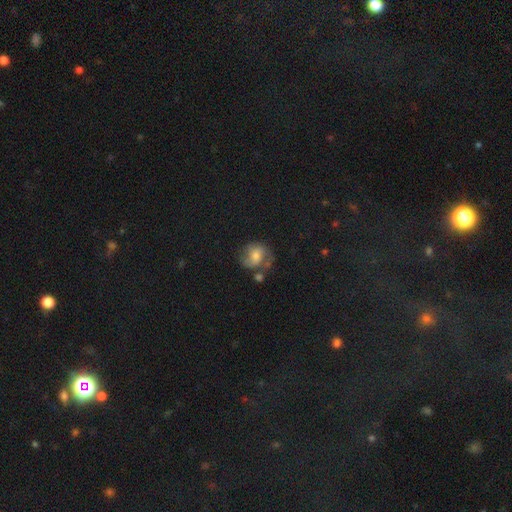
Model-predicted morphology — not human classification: A smooth galaxy with no disk features (46%).

Vote fractions:
- Smooth or featured? smooth: 46% / featured or disk: 45% / star or artifact: 9%
- Merging? none: 45% / minor disturbance: 25% / major disturbance: 18% / merger: 12%